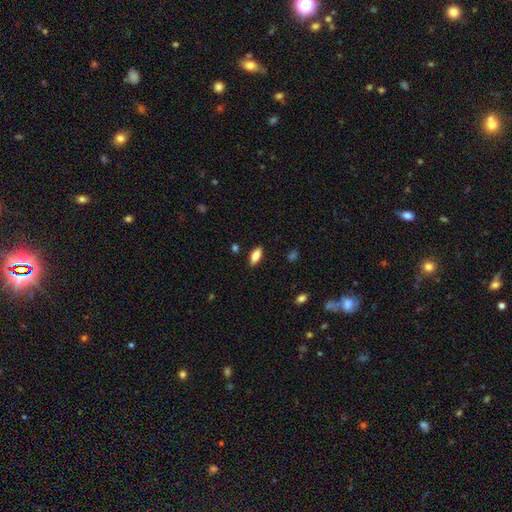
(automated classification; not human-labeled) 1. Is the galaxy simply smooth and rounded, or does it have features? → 80% smooth, 13% featured or disk, 7% star or artifact.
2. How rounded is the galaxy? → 82% in between, 16% cigar-shaped, 2% round.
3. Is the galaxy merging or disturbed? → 88% none, 9% minor disturbance, 2% major disturbance, 1% merger.